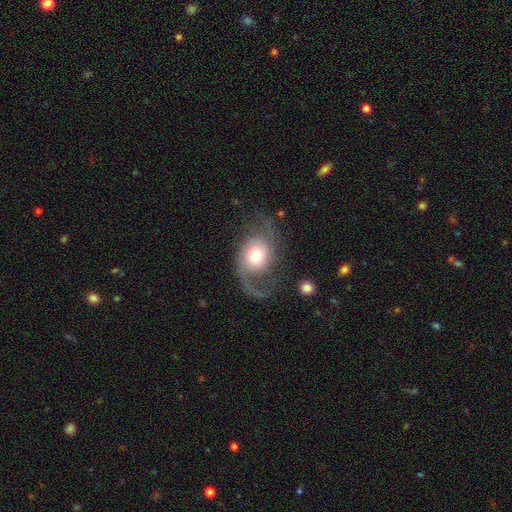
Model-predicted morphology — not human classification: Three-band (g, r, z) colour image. It shows a featured or disk galaxy (73%) with no bar (72%), 2 (74%) loose (58%) spiral arms (92%) and a moderate central bulge (58%). Merging: none (50%).